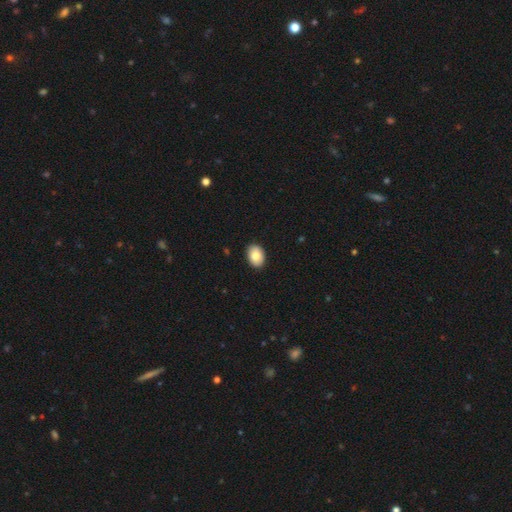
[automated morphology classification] The model was most divided on "how rounded": in between: 77%, round: 22%, cigar-shaped: 1%. More confident: merging — none (90%); smooth or featured — smooth (83%).